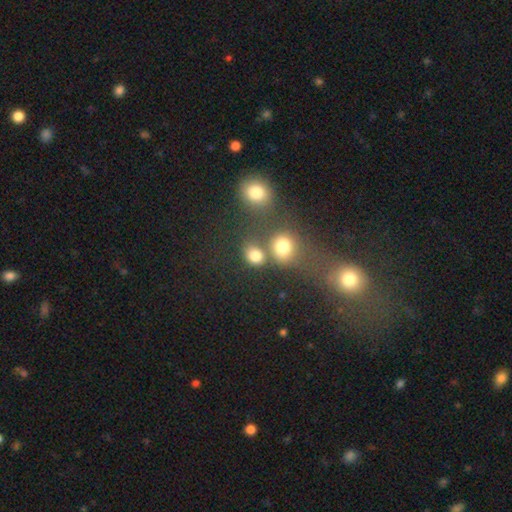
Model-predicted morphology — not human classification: Overall: smooth (79%). How rounded: round (71%). Merging: none (59%; merger 25%).